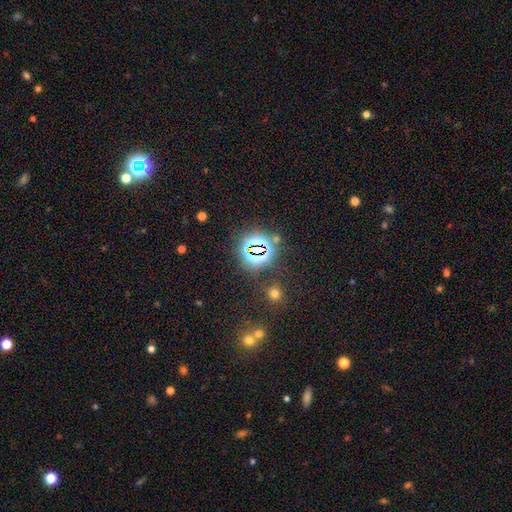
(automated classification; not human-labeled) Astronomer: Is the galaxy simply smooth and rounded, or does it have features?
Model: star or artifact — 75%.